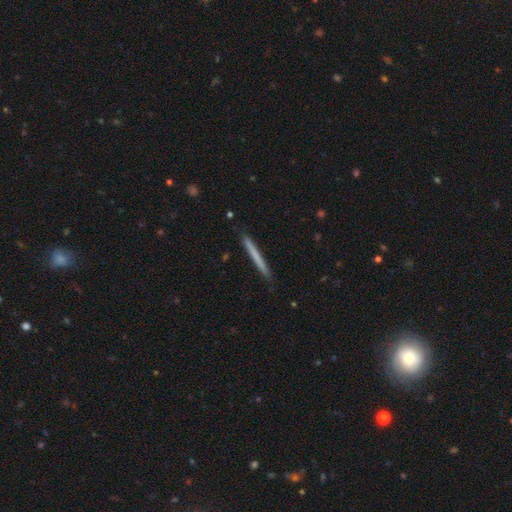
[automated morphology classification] Smooth or featured: smooth — 65% (featured or disk — 30%)
How rounded: cigar-shaped — 97% (in between — 1%)
Merging: none — 91% (minor disturbance — 7%)